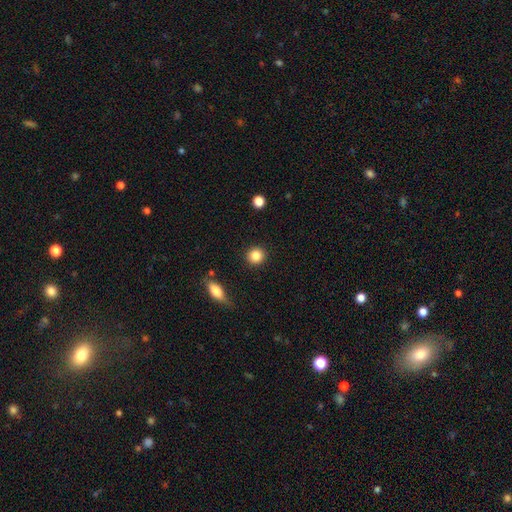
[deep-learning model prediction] This is clearly a smooth galaxy (85%). How rounded: clearly round (91%). Merging: clearly none (91%).